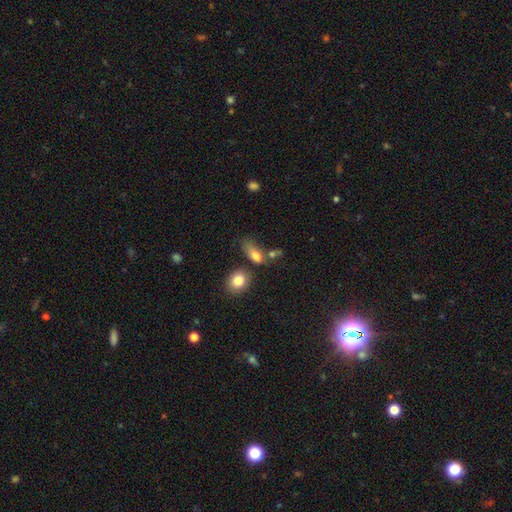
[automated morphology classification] A smooth galaxy with no disk features (76%) that is in between round and cigar-shaped (72%).

Vote fractions:
- Smooth or featured? smooth: 76% / featured or disk: 13% / star or artifact: 10%
- How rounded? in between: 72% / cigar-shaped: 15% / round: 14%
- Merging? none: 40% / minor disturbance: 24% / merger: 20% / major disturbance: 16%